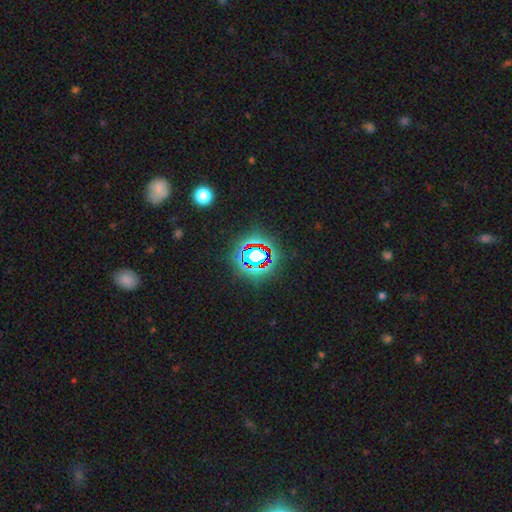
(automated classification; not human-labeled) Smooth or featured?
  - star or artifact: 70% *
  - smooth: 18%
  - featured or disk: 11%